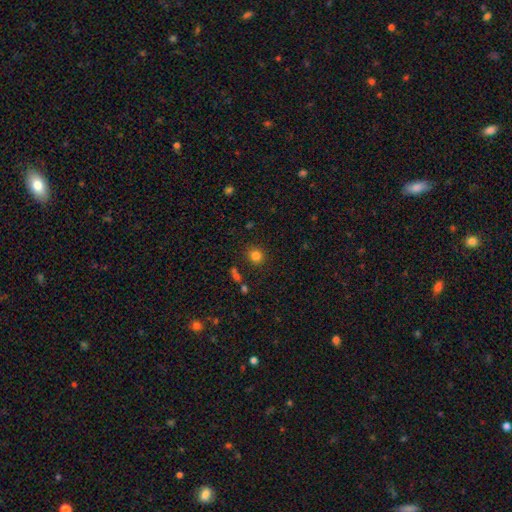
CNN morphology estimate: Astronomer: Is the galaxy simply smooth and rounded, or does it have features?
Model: smooth — 81%.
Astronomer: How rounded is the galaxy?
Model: round — 85%.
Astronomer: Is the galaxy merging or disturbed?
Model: none — 85%.